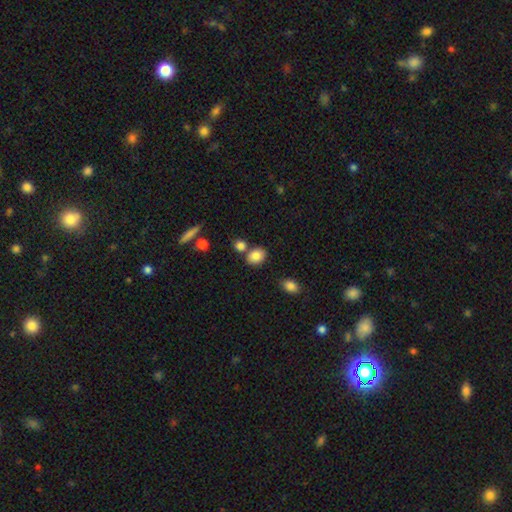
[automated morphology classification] This appears to be a smooth galaxy with no disk features (84%) that is in between round and cigar-shaped (56%). Merging: none (67%).